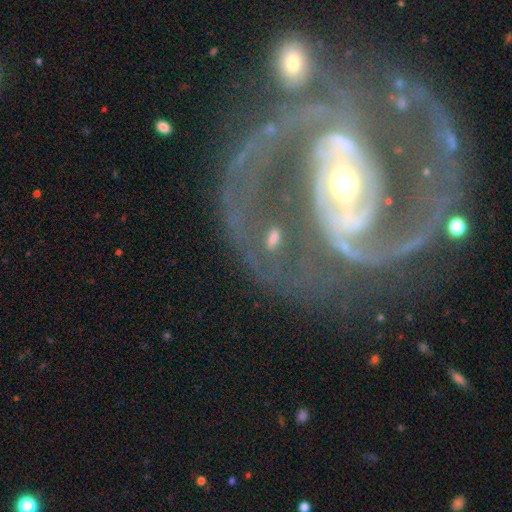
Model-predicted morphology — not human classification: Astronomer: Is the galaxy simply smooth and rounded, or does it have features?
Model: featured or disk — 92%.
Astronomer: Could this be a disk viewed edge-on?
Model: no — 98%.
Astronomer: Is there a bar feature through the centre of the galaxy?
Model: strong — 42% (runner-up: weak, 33%).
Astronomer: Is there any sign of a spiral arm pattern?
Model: yes — 97%.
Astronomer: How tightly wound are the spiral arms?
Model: medium — 58%.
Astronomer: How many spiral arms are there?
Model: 2 — 89%.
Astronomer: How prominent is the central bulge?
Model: moderate — 52% (runner-up: small, 39%).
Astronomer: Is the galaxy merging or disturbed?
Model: none — 58%.